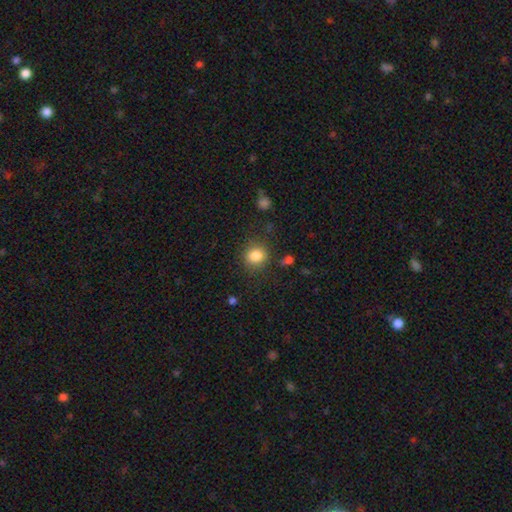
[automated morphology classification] Smooth or featured: smooth — 84% (star or artifact — 11%)
How rounded: round — 78% (in between — 21%)
Merging: none — 82% (minor disturbance — 11%)